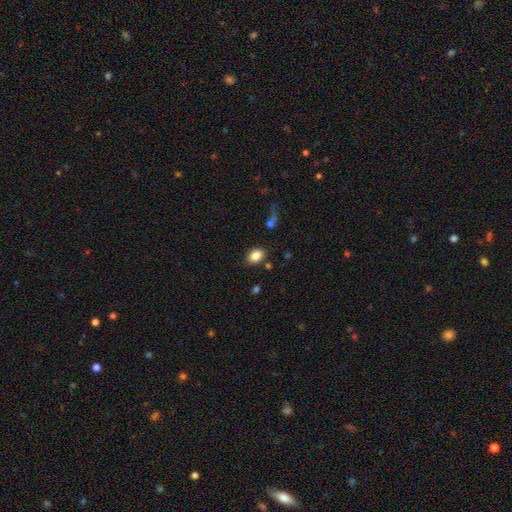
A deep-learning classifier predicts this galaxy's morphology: Smooth or featured: smooth — 85% (star or artifact — 9%)
How rounded: in between — 78% (round — 21%)
Merging: none — 83% (minor disturbance — 10%)